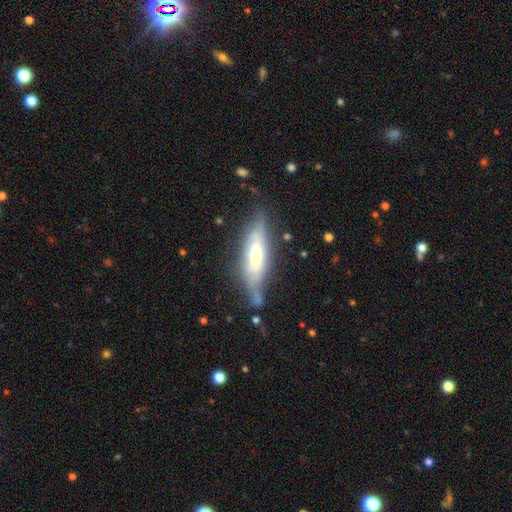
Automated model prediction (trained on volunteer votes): Smooth or featured?
  - featured or disk: 53% *
  - smooth: 40%
  - star or artifact: 6%
Edge-on disk?
  - yes: 57% *
  - no: 43%
Merging?
  - none: 50% *
  - minor disturbance: 29%
  - major disturbance: 14%
  - merger: 7%